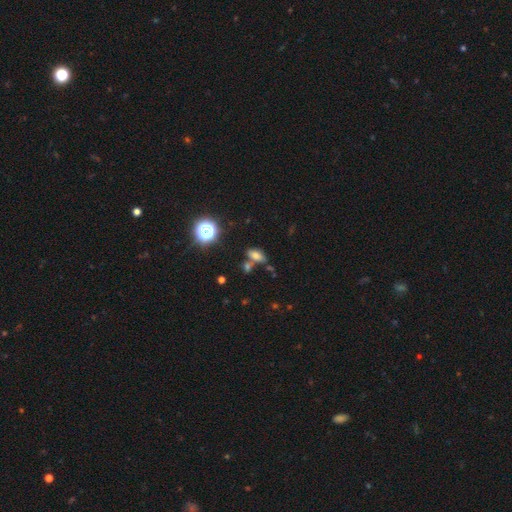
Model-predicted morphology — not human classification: A smooth galaxy with no disk features (70%) that is in between round and cigar-shaped (82%). Merging: none (56%).